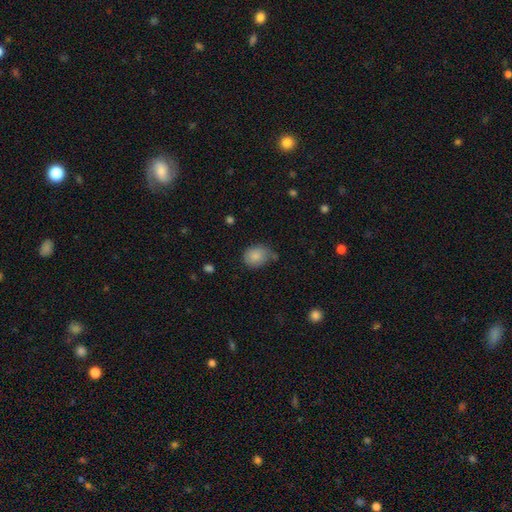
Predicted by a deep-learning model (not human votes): This appears to be a smooth galaxy with no disk features (85%) that is round (53%). Merging: none (62%).